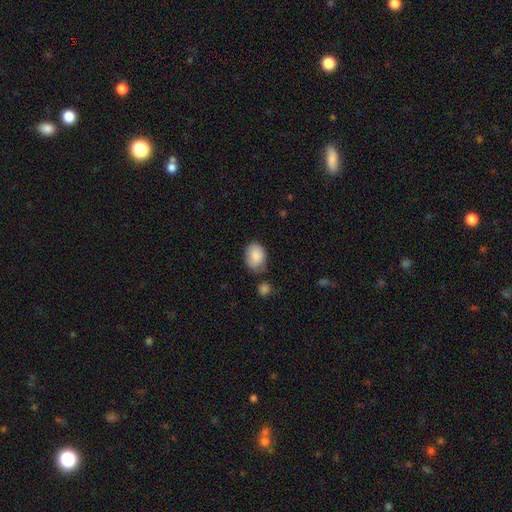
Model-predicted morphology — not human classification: Smooth or featured? Predicted: smooth (p=0.87). How rounded? Predicted: in between (p=0.72). Merging? Predicted: none (p=0.64).